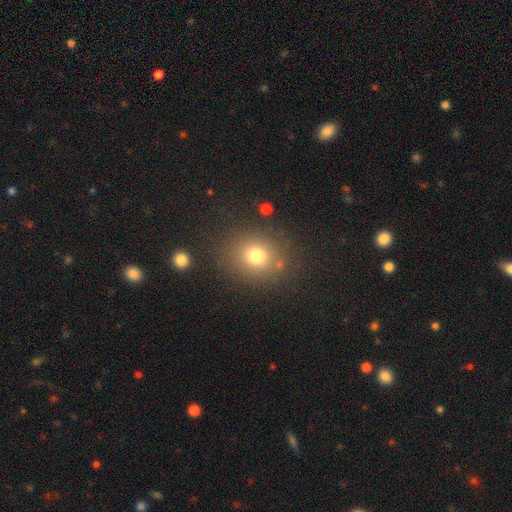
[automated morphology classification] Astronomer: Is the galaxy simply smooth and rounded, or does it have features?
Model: smooth — 75%.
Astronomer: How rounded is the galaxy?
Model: round — 76%.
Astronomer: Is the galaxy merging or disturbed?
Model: none — 81%.